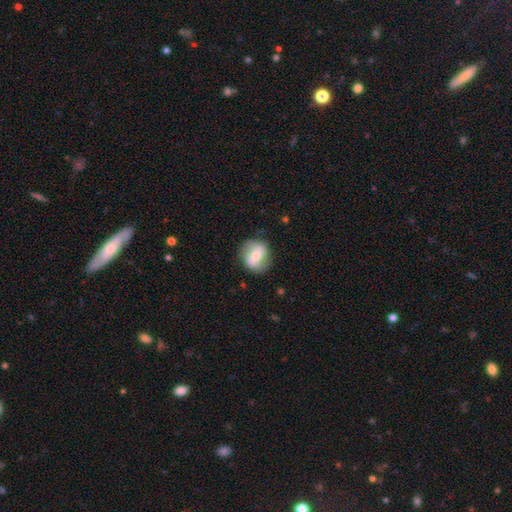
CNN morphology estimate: Smooth or featured: smooth — 52% (featured or disk — 41%)
How rounded: round — 66% (in between — 32%)
Merging: none — 77% (minor disturbance — 15%)